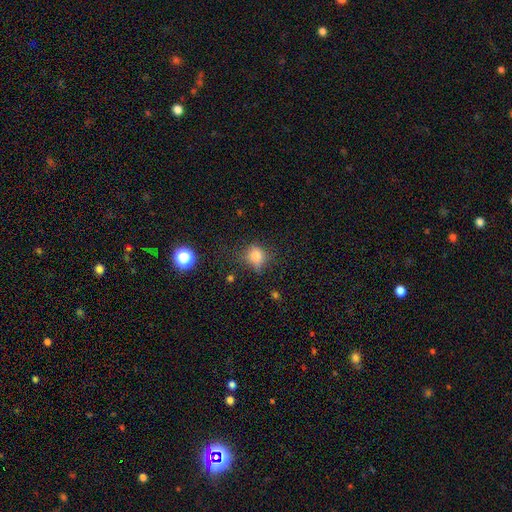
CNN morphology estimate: Smooth or featured? smooth (77%)
How rounded? round (69%)
Merging? none (55%)